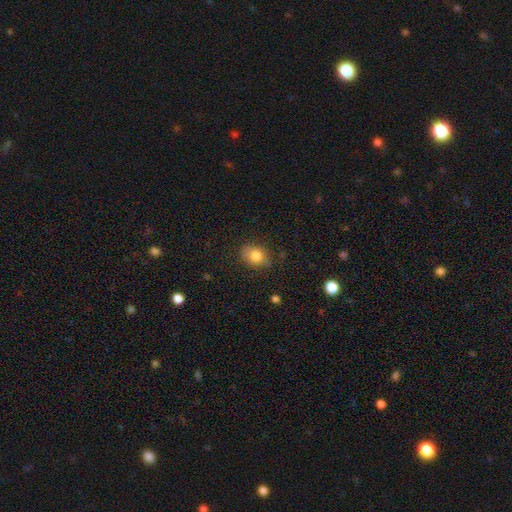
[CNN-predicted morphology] Q: Smooth or featured?
A: smooth (82%); runner-up: star or artifact (9%)
Q: How rounded?
A: in between (56%); runner-up: round (43%)
Q: Merging?
A: none (74%); runner-up: minor disturbance (20%)